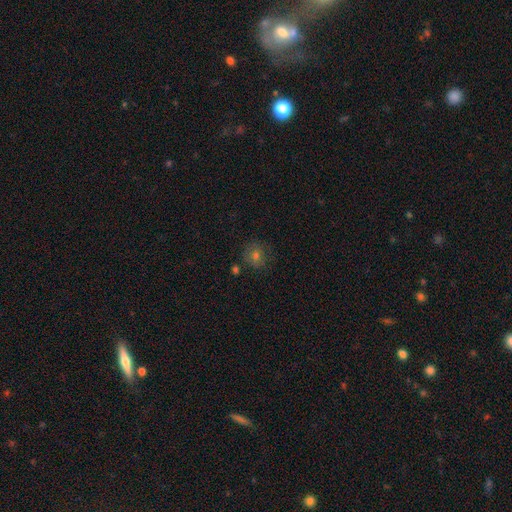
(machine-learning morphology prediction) Q: Smooth or featured?
A: smooth (59%); runner-up: star or artifact (23%)
Q: How rounded?
A: round (82%); runner-up: in between (17%)
Q: Merging?
A: none (80%); runner-up: minor disturbance (13%)